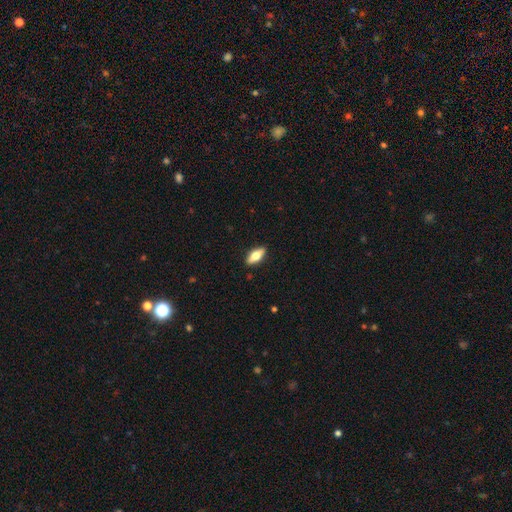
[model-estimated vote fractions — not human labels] A smooth galaxy with no disk features (61%) that is in between round and cigar-shaped (77%). Merging: none (89%).